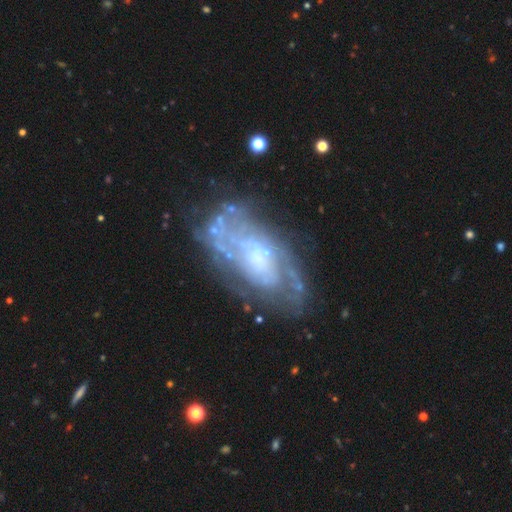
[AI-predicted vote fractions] Overall: featured or disk (82%). Edge-on disk: no (94%). Bar: no (63%; weak 29%). Spiral arms: yes (84%). Spiral arm count: can't tell (43%; 2 34%). Spiral winding: tight (50%; medium 36%). Bulge size: small (39%; moderate 28%). Merging: none (65%).